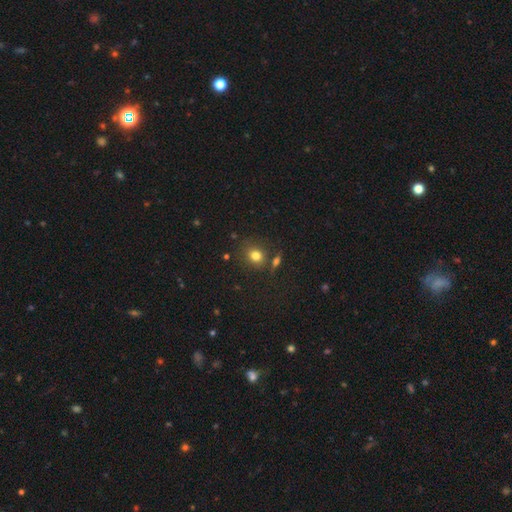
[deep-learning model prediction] Q: Smooth or featured?
A: smooth (78%); runner-up: star or artifact (13%)
Q: How rounded?
A: round (65%); runner-up: in between (34%)
Q: Merging?
A: none (70%); runner-up: minor disturbance (13%)